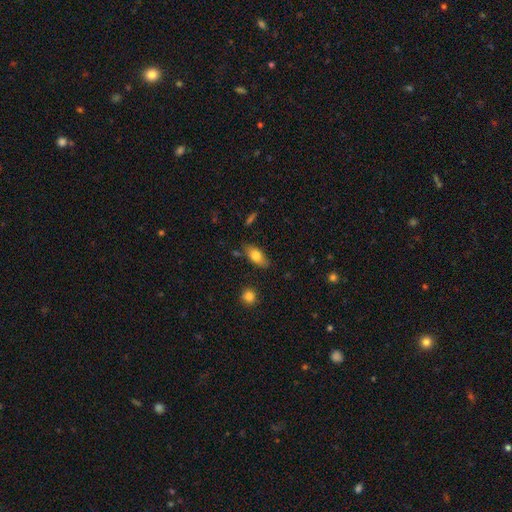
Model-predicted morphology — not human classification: A smooth galaxy with no disk features (75%) that is in between round and cigar-shaped (85%).

Vote fractions:
- Smooth or featured? smooth: 75% / featured or disk: 18% / star or artifact: 7%
- How rounded? in between: 85% / cigar-shaped: 11% / round: 4%
- Merging? none: 78% / minor disturbance: 16% / merger: 3% / major disturbance: 3%